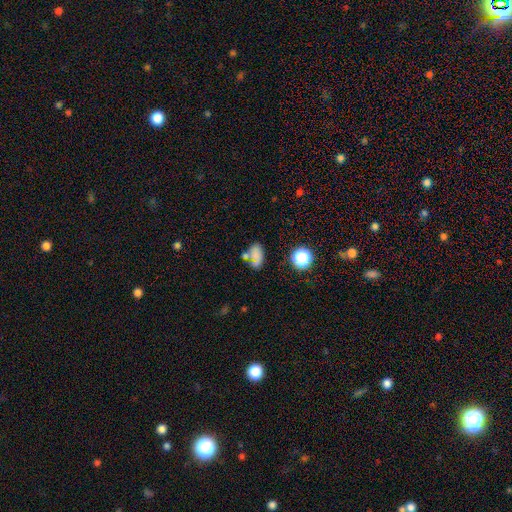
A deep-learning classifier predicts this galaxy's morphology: The model was most divided on "merging": none: 44%, merger: 23%, minor disturbance: 20%, major disturbance: 13%. More confident: how rounded — in between (81%); smooth or featured — smooth (65%).